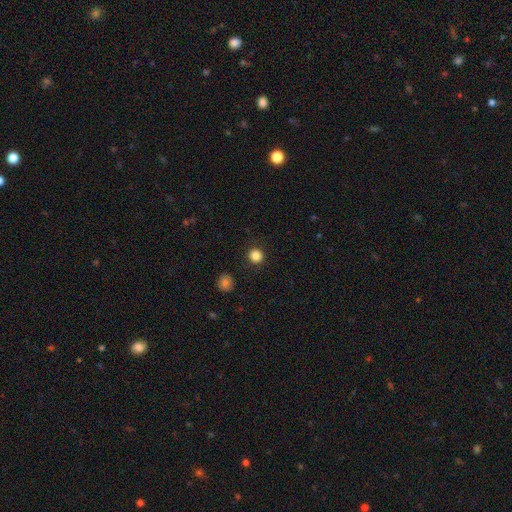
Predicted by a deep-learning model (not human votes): The model was most divided on "smooth or featured": smooth: 85%, star or artifact: 11%, featured or disk: 4%. More confident: how rounded — round (94%); merging — none (92%).